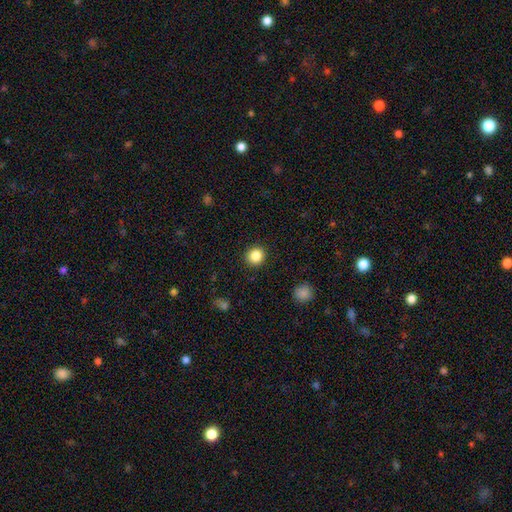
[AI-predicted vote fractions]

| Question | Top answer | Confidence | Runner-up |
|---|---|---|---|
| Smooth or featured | smooth | 85% | star or artifact (10%) |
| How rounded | round | 92% | in between (7%) |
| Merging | none | 92% | minor disturbance (5%) |